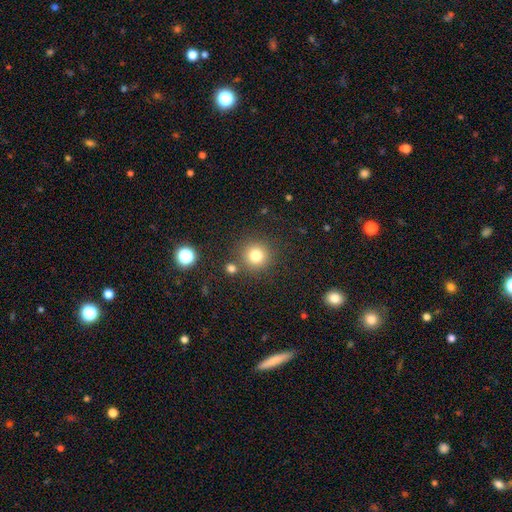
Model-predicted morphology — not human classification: type=smooth (79%); roundness=round (94%); merging=none (83%).